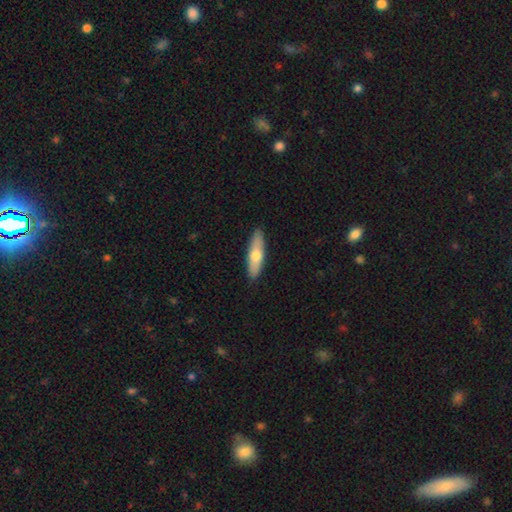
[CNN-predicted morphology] type=smooth (64%); roundness=cigar-shaped (62%); merging=none (89%).